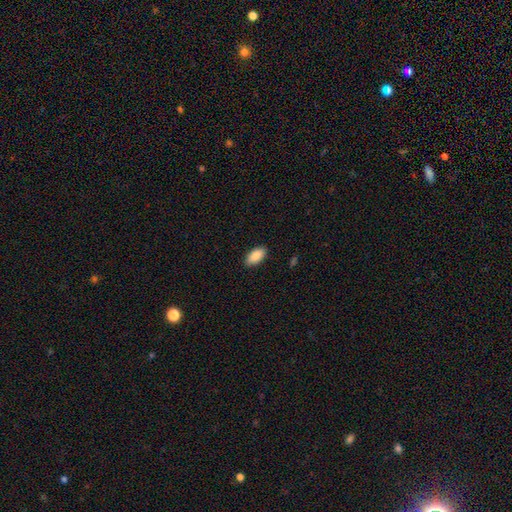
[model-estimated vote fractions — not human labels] Smooth or featured: smooth — 89% (star or artifact — 6%)
How rounded: in between — 93% (cigar-shaped — 5%)
Merging: none — 89% (minor disturbance — 8%)